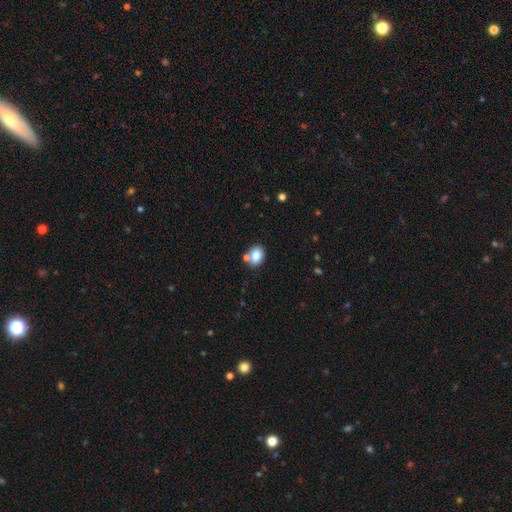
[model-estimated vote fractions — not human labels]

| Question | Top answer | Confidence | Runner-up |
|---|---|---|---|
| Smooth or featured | smooth | 81% | star or artifact (10%) |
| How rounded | in between | 57% | round (42%) |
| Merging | none | 64% | merger (21%) |